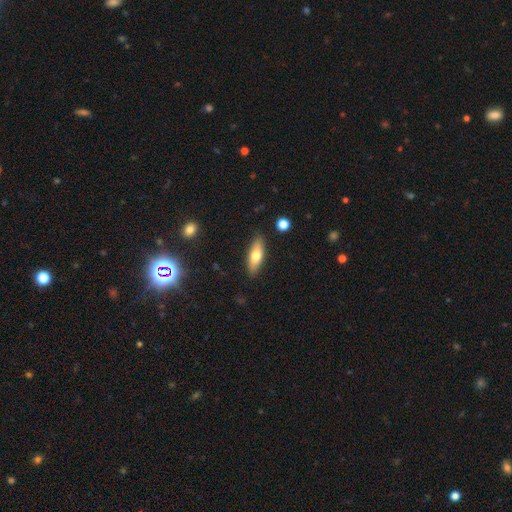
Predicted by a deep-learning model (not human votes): Smooth or featured? smooth (68%)
How rounded? in between (63%)
Merging? none (87%)